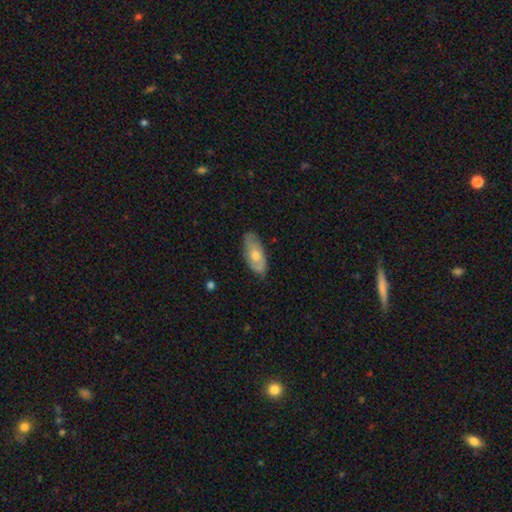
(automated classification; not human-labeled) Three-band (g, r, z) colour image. It shows a featured or disk galaxy (49%). Merging: none (80%).